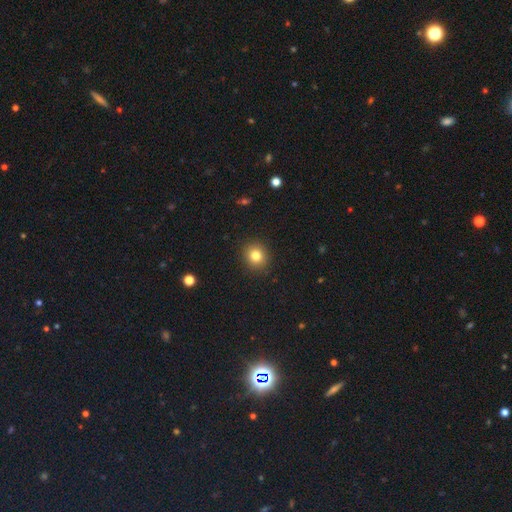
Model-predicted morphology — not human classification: Smooth or featured?
  - smooth: 81% *
  - star or artifact: 12%
  - featured or disk: 7%
How rounded?
  - round: 85% *
  - in between: 15%
  - cigar-shaped: 1%
Merging?
  - none: 91% *
  - minor disturbance: 6%
  - major disturbance: 2%
  - merger: 1%